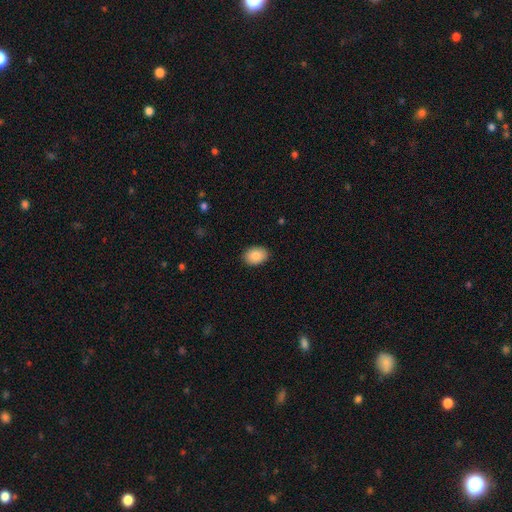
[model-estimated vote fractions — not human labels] smooth 87%, star or artifact 7%, featured or disk 6%. Down the decision tree: how rounded — in between (78%); merging — none (90%).